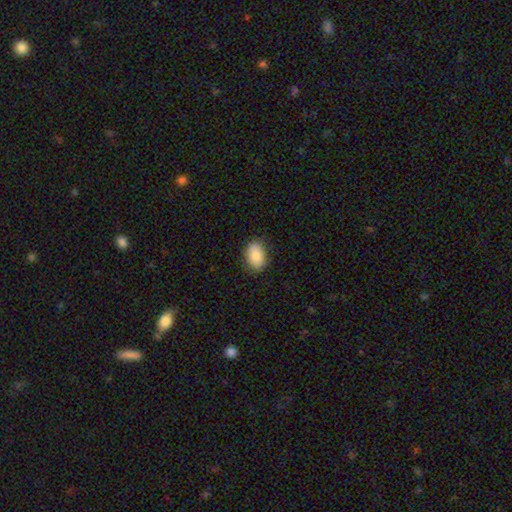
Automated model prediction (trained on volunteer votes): This appears to be a smooth galaxy with no disk features (85%) that is in between round and cigar-shaped (85%). Merging: none (81%).